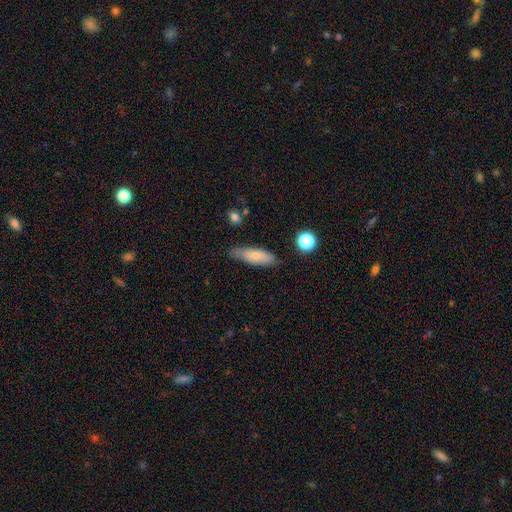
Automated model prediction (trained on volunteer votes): Overall: smooth (76%). How rounded: in between (55%; cigar-shaped 42%). Merging: none (77%).